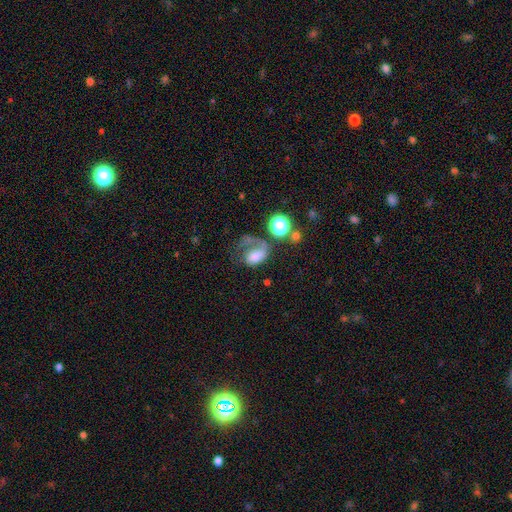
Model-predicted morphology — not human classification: The model was most divided on "smooth or featured": smooth: 48%, featured or disk: 39%, star or artifact: 13%. More confident: merging — major disturbance (51%).